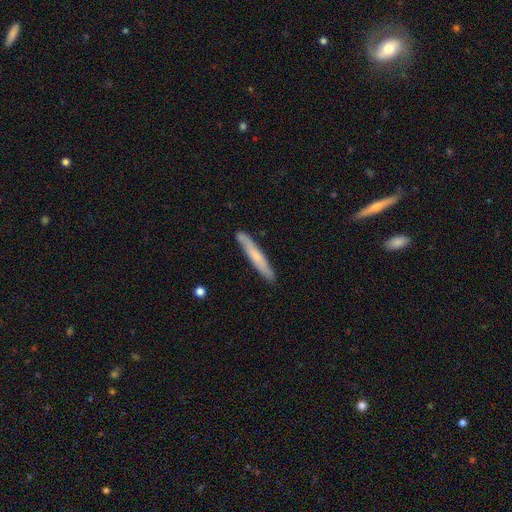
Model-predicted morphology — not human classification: type=smooth (57%); roundness=cigar-shaped (95%); merging=none (87%).